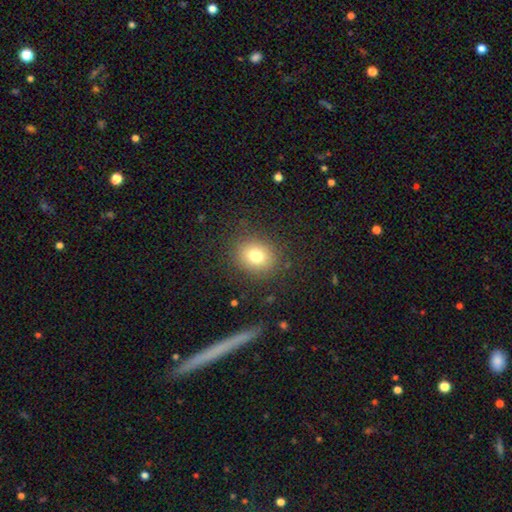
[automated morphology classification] Smooth or featured?
  - smooth: 76% *
  - star or artifact: 14%
  - featured or disk: 11%
How rounded?
  - round: 70% *
  - in between: 29%
  - cigar-shaped: 1%
Merging?
  - none: 86% *
  - minor disturbance: 9%
  - major disturbance: 4%
  - merger: 1%